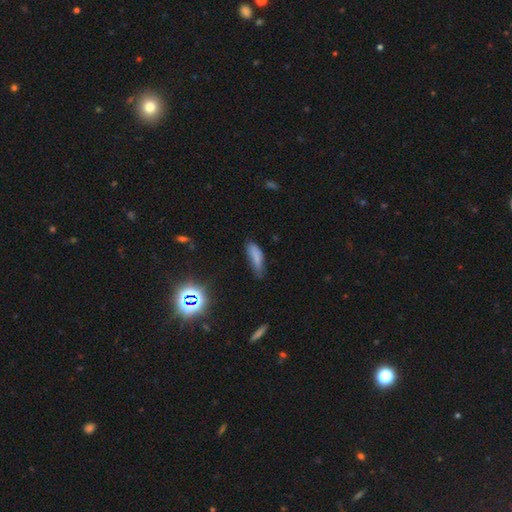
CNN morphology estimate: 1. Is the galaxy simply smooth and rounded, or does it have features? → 76% smooth, 13% star or artifact, 11% featured or disk.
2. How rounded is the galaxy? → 51% in between, 47% cigar-shaped, 2% round.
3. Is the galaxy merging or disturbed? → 50% none, 36% minor disturbance, 11% major disturbance, 3% merger.